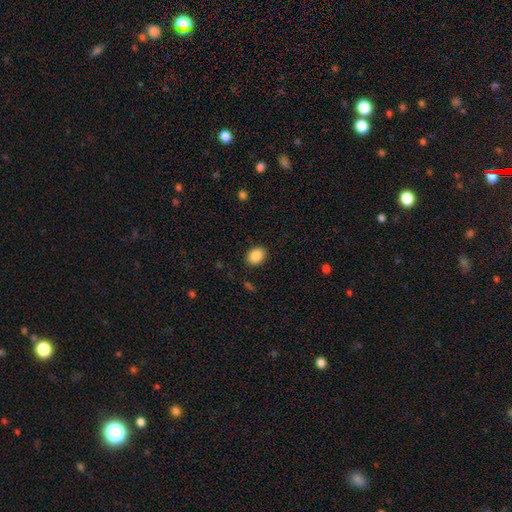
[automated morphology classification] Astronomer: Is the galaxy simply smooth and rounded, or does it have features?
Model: smooth — 87%.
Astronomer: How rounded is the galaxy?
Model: in between — 64%.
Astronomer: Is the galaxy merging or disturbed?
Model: none — 88%.